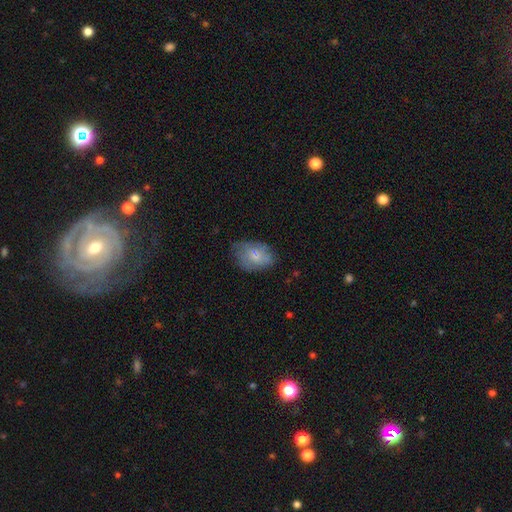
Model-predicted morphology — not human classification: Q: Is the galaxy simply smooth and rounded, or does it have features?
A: smooth — 67%.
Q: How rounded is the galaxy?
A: in between — 77%.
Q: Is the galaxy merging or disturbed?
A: none — 58%.